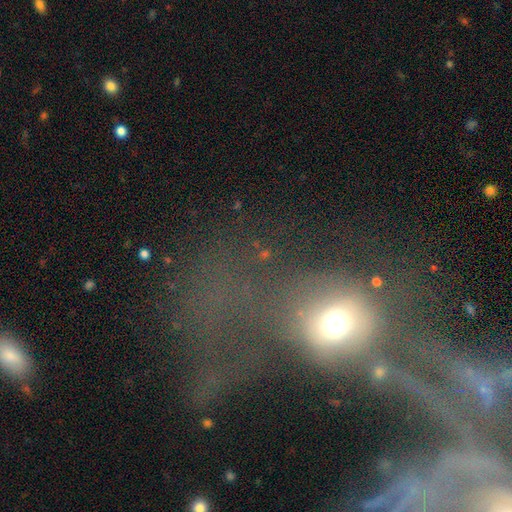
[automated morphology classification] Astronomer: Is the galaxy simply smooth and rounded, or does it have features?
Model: smooth — 38% (runner-up: featured or disk, 37%).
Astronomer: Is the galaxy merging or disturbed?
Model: major disturbance — 40% (runner-up: none, 25%).